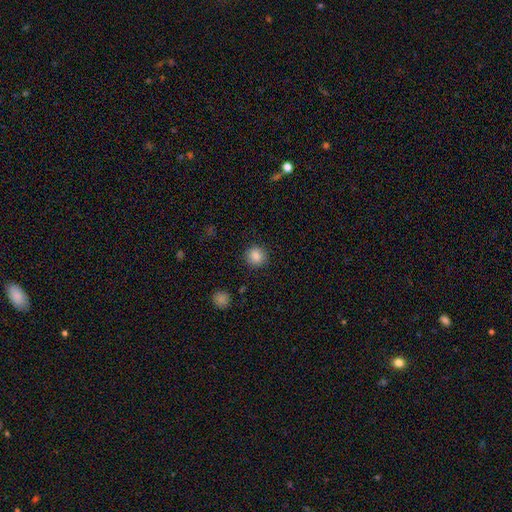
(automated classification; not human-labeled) smooth-or-featured: smooth: 85% | star or artifact: 10% | featured or disk: 5%
  how-rounded: round: 90% | in between: 9% | cigar-shaped: 1%
  merging: none: 90% | minor disturbance: 7% | major disturbance: 2% | merger: 1%